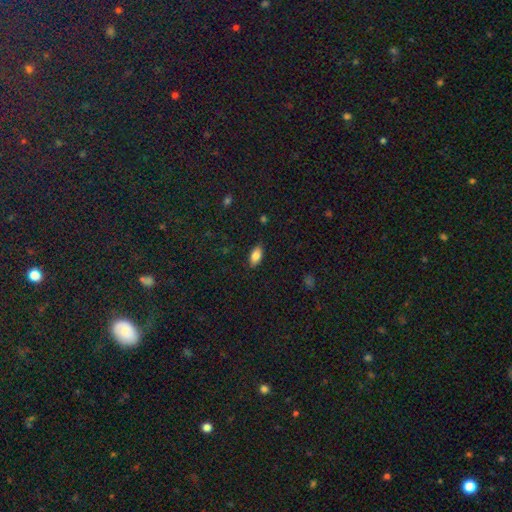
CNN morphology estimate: A smooth galaxy with no disk features (83%) that is in between round and cigar-shaped (92%). Merging: none (87%).